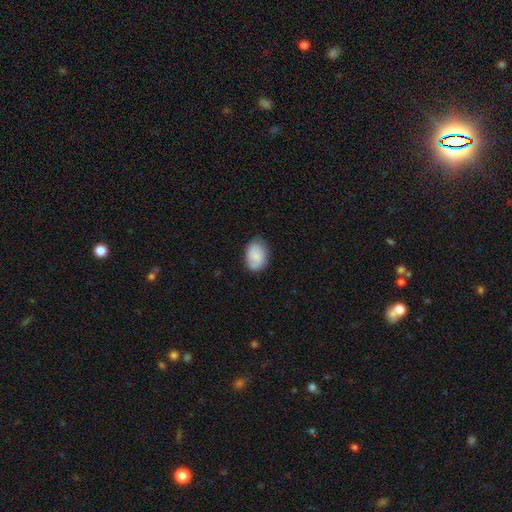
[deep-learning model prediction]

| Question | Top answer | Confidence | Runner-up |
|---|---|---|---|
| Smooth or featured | smooth | 76% | featured or disk (17%) |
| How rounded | in between | 80% | round (19%) |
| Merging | none | 73% | minor disturbance (21%) |